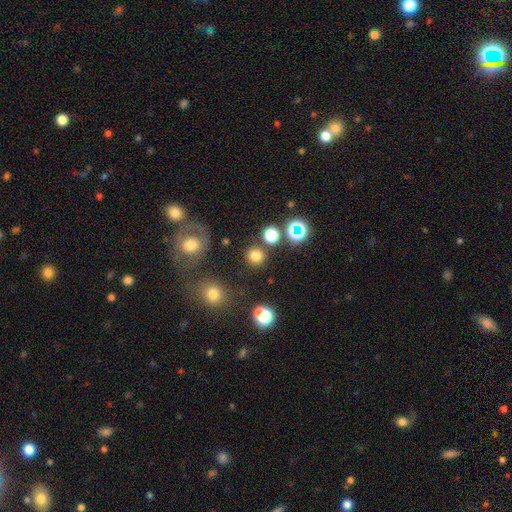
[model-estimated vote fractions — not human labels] smooth_or_featured: smooth (p=0.76) [alt: star or artifact p=0.17]
how_rounded: round (p=0.93) [alt: in between p=0.06]
merging: none (p=0.83) [alt: minor disturbance p=0.07]